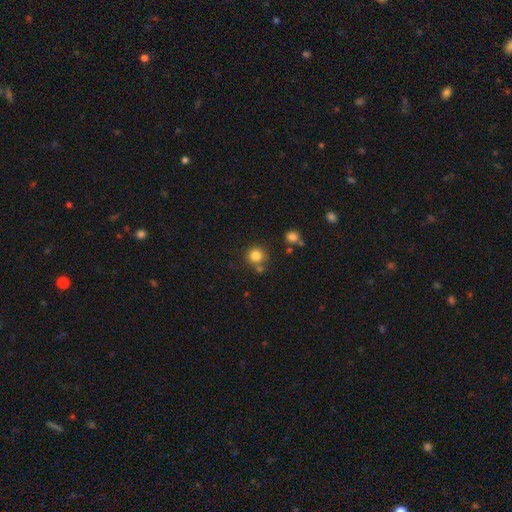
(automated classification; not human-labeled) smooth 82%, star or artifact 12%, featured or disk 6%. Down the decision tree: how rounded — round (91%); merging — none (73%).